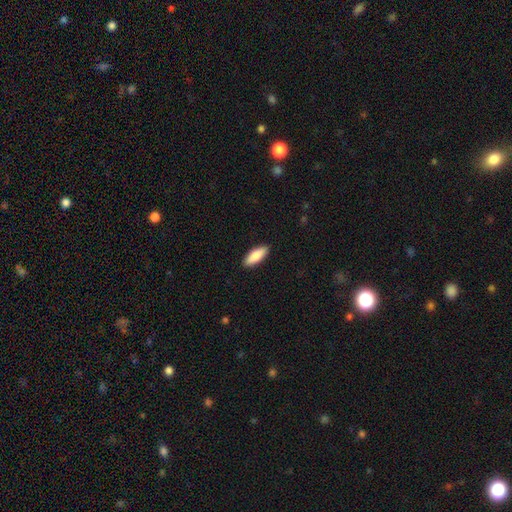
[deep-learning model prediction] This appears to be a smooth galaxy with no disk features (86%) that is in between round and cigar-shaped (69%). Merging: none (90%).